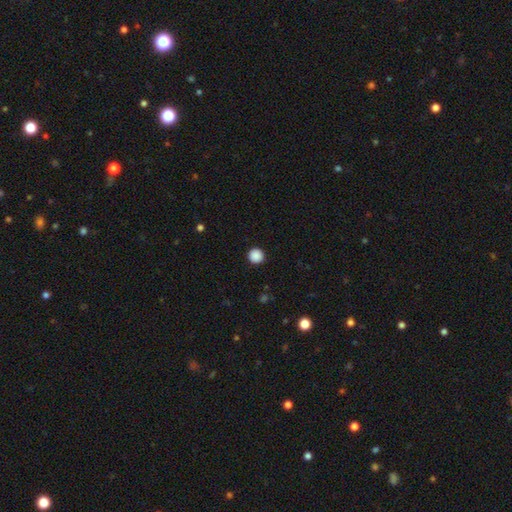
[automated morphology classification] type=smooth (88%); roundness=round (96%); merging=none (93%).